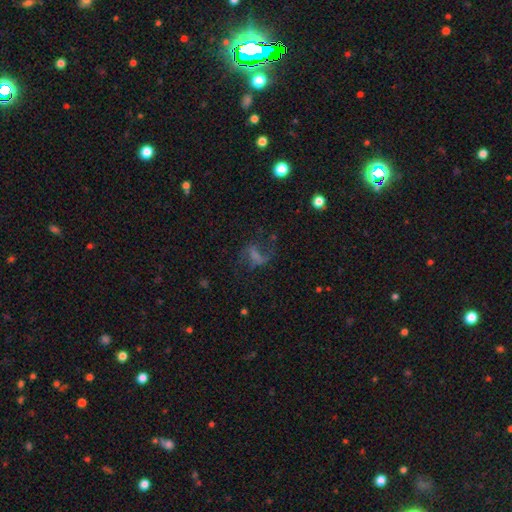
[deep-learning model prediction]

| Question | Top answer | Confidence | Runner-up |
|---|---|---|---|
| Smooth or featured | featured or disk | 50% | smooth (31%) |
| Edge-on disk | no | 96% | yes (4%) |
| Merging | none | 44% | major disturbance (34%) |